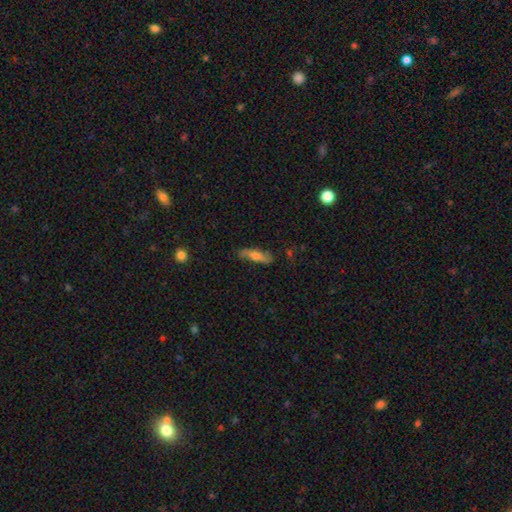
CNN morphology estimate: This is possibly a smooth galaxy (54%). How rounded: likely cigar-shaped (60%). Merging: likely none (72%).